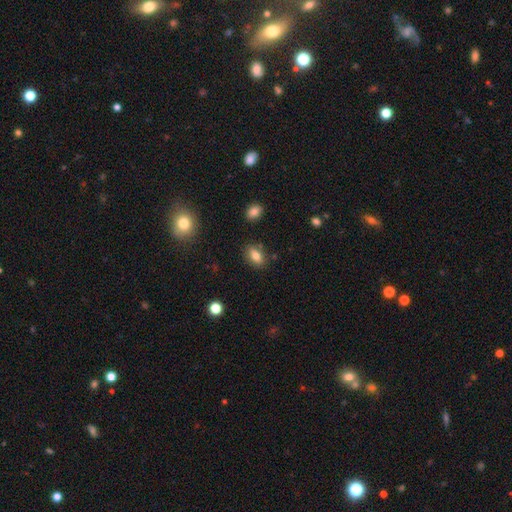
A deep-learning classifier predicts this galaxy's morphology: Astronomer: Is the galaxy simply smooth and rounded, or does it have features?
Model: smooth — 79%.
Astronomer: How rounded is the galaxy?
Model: in between — 84%.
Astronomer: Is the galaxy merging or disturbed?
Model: none — 82%.